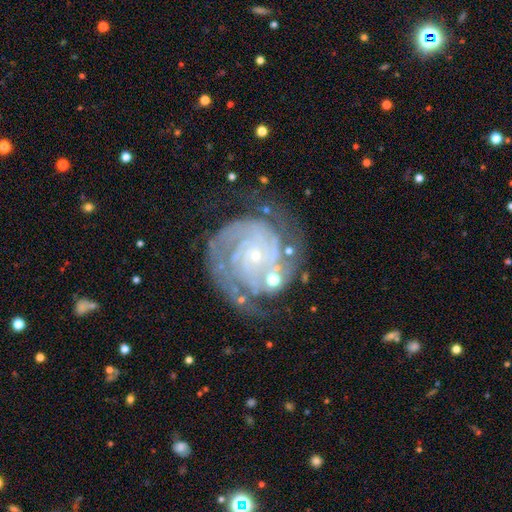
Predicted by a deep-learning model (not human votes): smooth-or-featured: featured or disk: 89% | star or artifact: 6% | smooth: 5%
  disk-edge-on: no: 98% | yes: 2%
    bar: no: 79% | weak: 15% | strong: 6%
    has-spiral-arms: yes: 98% | no: 2%
      spiral-winding: tight: 78% | medium: 19% | loose: 3%
      spiral-arm-count: 2: 36% | 3: 24% | can't tell: 17% | 4: 11% | more than 4: 7% | 1: 6%
    bulge-size: small: 87% | moderate: 7% | none: 3% | large: 1% | dominant: 1%
  merging: none: 67% | minor disturbance: 18% | major disturbance: 10% | merger: 5%